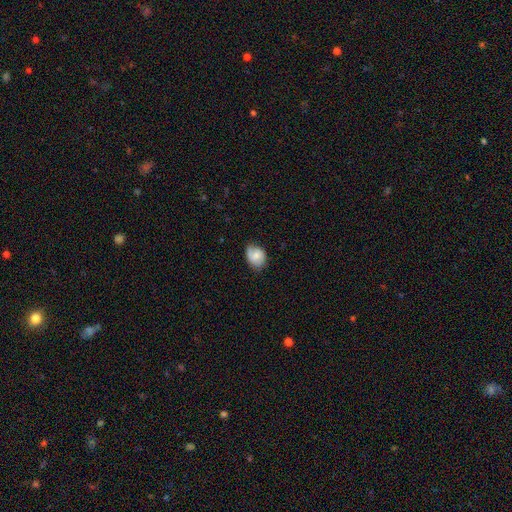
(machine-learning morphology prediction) The model was most divided on "how rounded": in between: 60%, round: 39%, cigar-shaped: 1%. More confident: merging — none (64%); smooth or featured — smooth (60%).